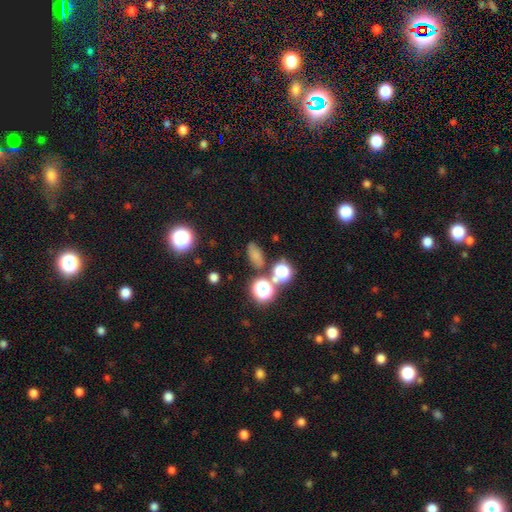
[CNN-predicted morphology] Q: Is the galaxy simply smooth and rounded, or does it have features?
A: smooth — 65%.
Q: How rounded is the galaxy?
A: in between — 74%.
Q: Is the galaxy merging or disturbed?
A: none — 71%.